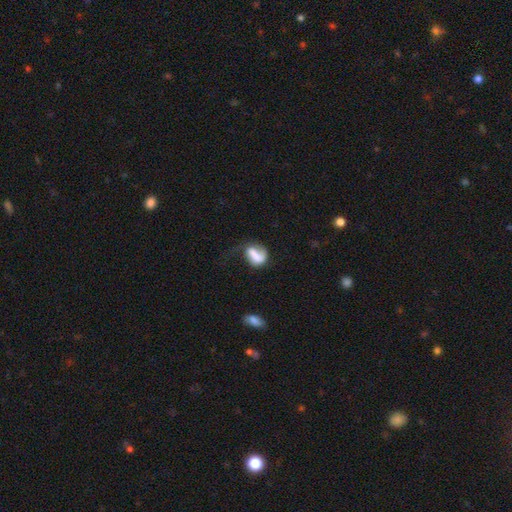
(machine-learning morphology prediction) This is possibly a smooth galaxy (58%). How rounded: likely in between (69%). Merging: marginally major disturbance (36%).